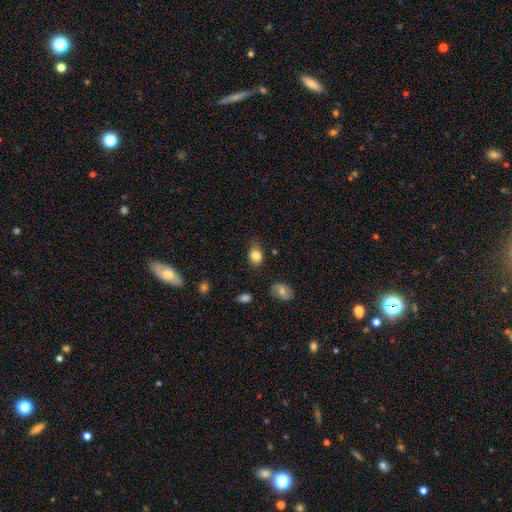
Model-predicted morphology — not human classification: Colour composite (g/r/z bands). It shows a smooth galaxy with no disk features (84%) that is in between round and cigar-shaped (68%). Merging: none (68%).